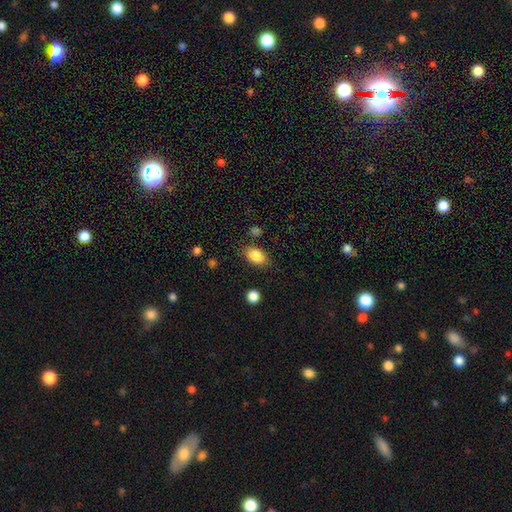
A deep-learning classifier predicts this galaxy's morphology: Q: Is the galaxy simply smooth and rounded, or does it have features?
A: smooth — 87%.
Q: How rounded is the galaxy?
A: in between — 89%.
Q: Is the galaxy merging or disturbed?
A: none — 80%.